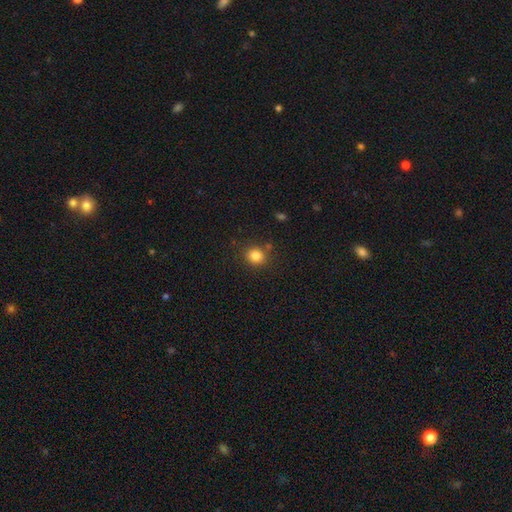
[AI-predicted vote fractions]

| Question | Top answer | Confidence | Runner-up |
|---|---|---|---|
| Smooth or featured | smooth | 83% | star or artifact (12%) |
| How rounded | round | 84% | in between (16%) |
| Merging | none | 82% | minor disturbance (10%) |